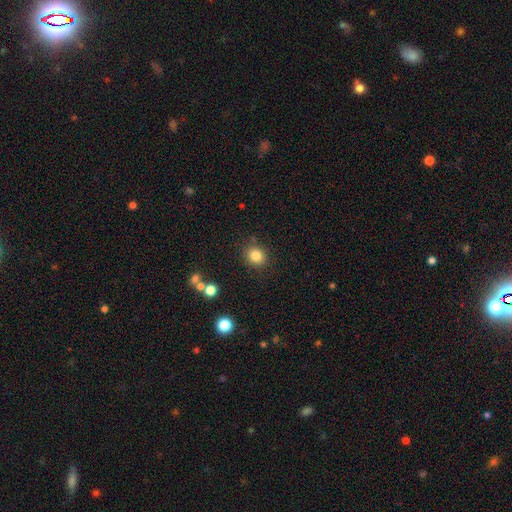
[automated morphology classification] A smooth galaxy with no disk features (83%) that is round (81%). Merging: none (86%).